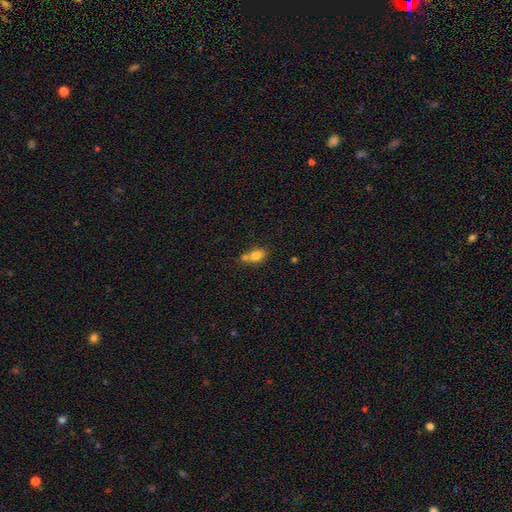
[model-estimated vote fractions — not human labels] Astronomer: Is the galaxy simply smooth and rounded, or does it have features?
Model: smooth — 78%.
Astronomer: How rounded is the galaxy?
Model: in between — 71%.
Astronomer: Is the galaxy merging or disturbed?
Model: none — 45% (runner-up: merger, 37%).